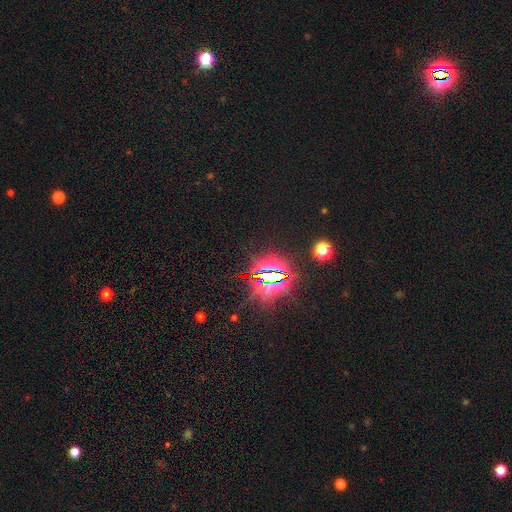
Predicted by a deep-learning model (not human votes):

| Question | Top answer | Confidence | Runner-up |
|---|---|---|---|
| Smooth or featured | star or artifact | 85% | smooth (8%) |